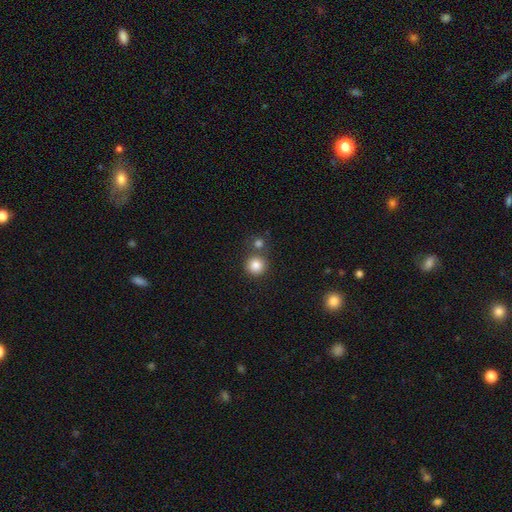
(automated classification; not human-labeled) This appears to be a smooth galaxy with no disk features (64%) that is round (92%). Merging: none (74%).